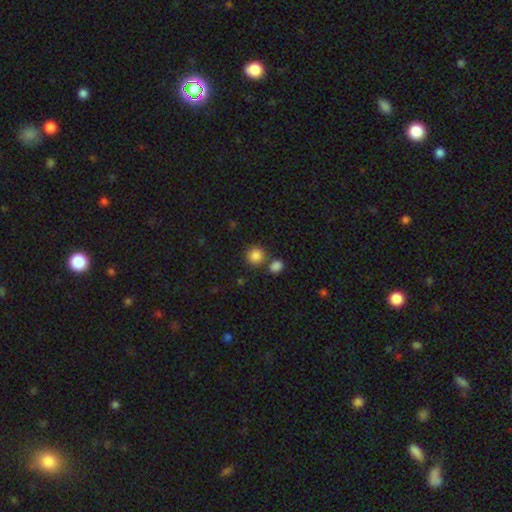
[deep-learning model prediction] Smooth or featured: smooth — 86% (star or artifact — 10%)
How rounded: round — 89% (in between — 10%)
Merging: none — 69% (merger — 20%)